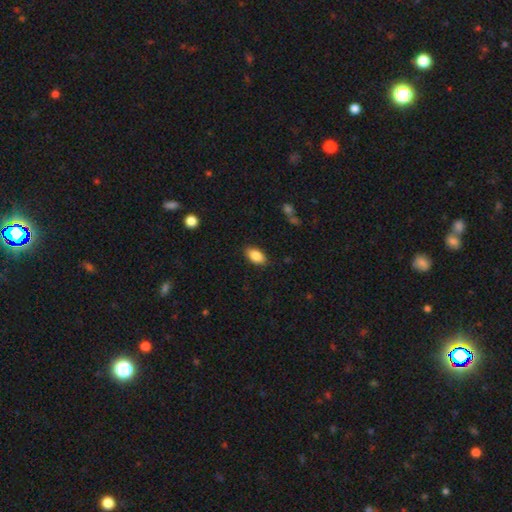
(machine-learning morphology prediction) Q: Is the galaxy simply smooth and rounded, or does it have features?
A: smooth — 86%.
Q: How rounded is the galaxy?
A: in between — 92%.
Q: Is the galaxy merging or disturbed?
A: none — 86%.